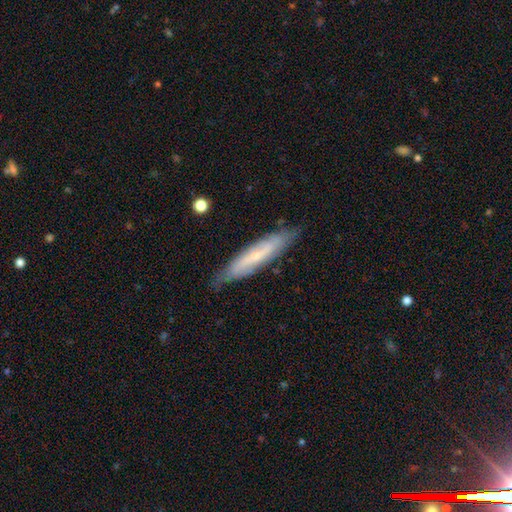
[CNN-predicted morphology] smooth_or_featured: featured or disk (p=0.55) [alt: smooth p=0.38]
disk_edge_on: yes (p=0.54) [alt: no p=0.46]
merging: none (p=0.80) [alt: minor disturbance p=0.15]